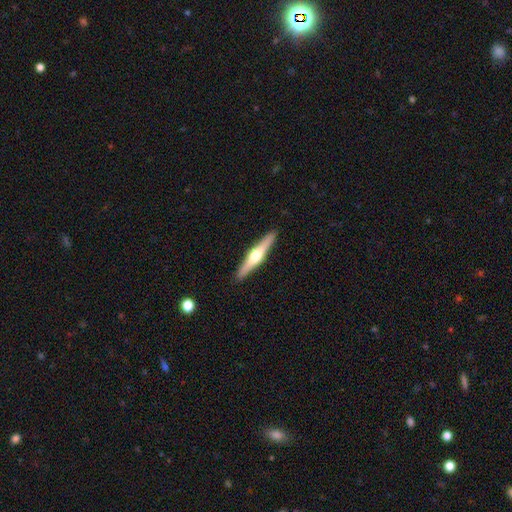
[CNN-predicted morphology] Smooth or featured: featured or disk — 69% (smooth — 27%)
Edge-on disk: yes — 97% (no — 3%)
Edge-on bulge: rounded — 94% (boxy — 3%)
Merging: none — 92% (minor disturbance — 6%)